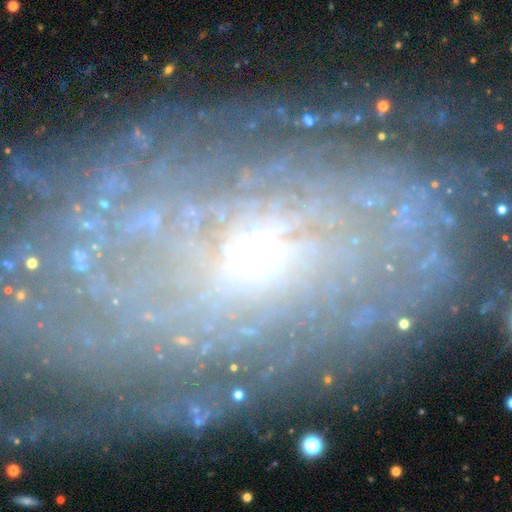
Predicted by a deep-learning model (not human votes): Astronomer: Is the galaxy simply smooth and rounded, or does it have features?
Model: featured or disk — 74%.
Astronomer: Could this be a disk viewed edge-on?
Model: no — 92%.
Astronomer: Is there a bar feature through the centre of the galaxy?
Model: no — 67%.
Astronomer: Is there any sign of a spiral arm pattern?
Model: yes — 72%.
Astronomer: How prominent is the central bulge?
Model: small — 66%.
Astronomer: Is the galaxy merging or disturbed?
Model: none — 66%.